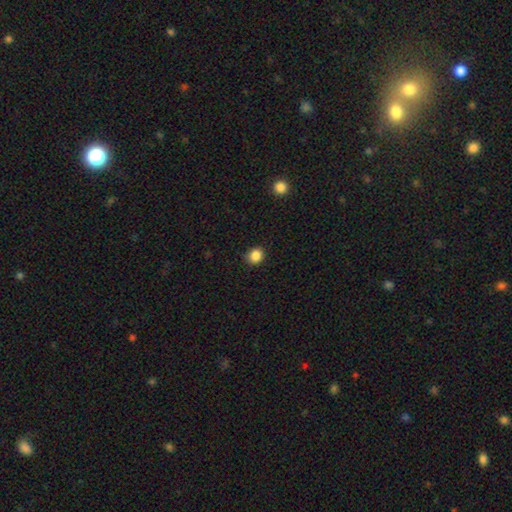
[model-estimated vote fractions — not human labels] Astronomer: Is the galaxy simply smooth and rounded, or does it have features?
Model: smooth — 85%.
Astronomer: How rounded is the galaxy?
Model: round — 81%.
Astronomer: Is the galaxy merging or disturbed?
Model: none — 86%.